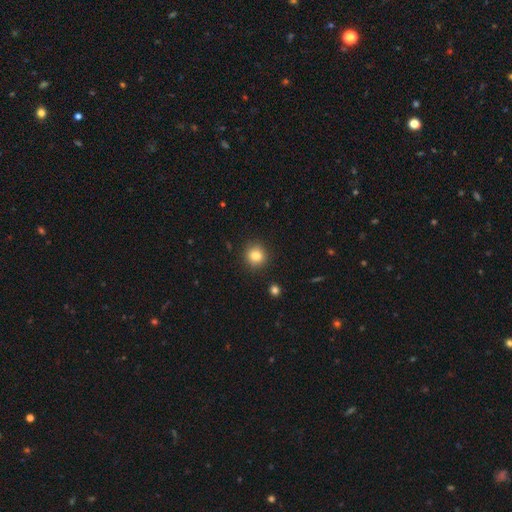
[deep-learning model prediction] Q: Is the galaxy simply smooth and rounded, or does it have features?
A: smooth — 83%.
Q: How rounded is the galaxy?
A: round — 88%.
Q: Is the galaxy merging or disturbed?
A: none — 90%.